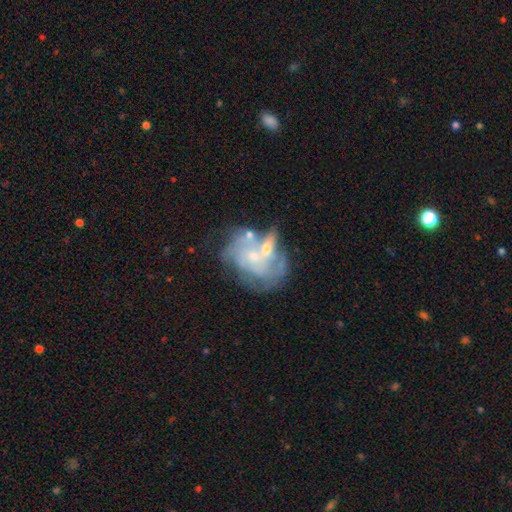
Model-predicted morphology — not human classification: smooth-or-featured: featured or disk: 73% | smooth: 18% | star or artifact: 10%
  disk-edge-on: no: 98% | yes: 2%
    bar: no: 79% | weak: 18% | strong: 3%
    has-spiral-arms: yes: 60% | no: 40%
    bulge-size: small: 61% | moderate: 28% | none: 8% | large: 2% | dominant: 1%
  merging: merger: 36% | none: 29% | major disturbance: 20% | minor disturbance: 16%